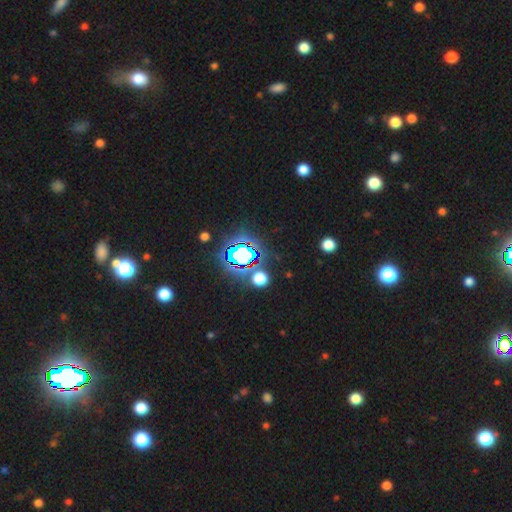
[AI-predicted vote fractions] star or artifact 81%, smooth 12%, featured or disk 7%.